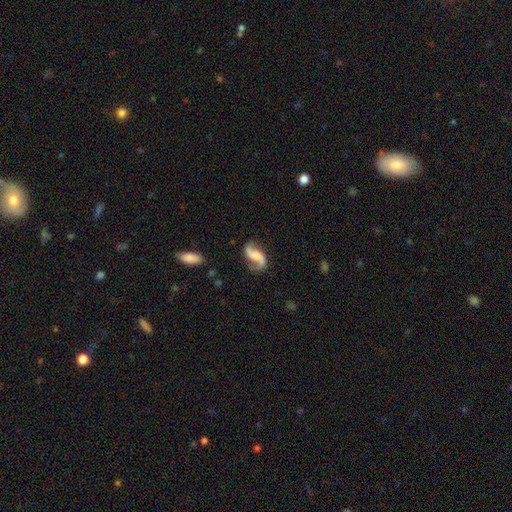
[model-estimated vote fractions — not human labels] Morphology: type=featured or disk (84%); edge-on=no (97%); bar=no (48%); spiral arms=yes (96%); winding=loose (70%); arm count=2 (93%); bulge=none (37%); merging=none (74%).